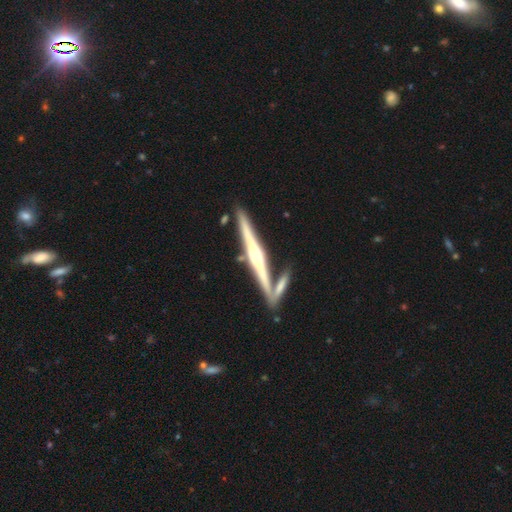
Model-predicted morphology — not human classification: This appears to be a featured or disk galaxy (78%) viewed edge-on (97%) with a rounded central bulge (81%). Merging: none (70%).